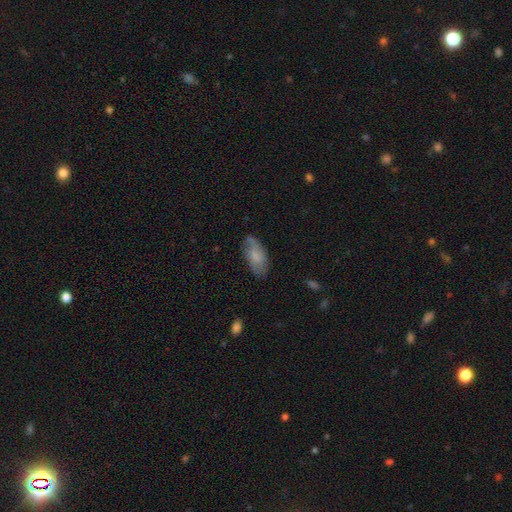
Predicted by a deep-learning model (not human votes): Smooth or featured? smooth (65%)
How rounded? in between (92%)
Merging? none (67%)